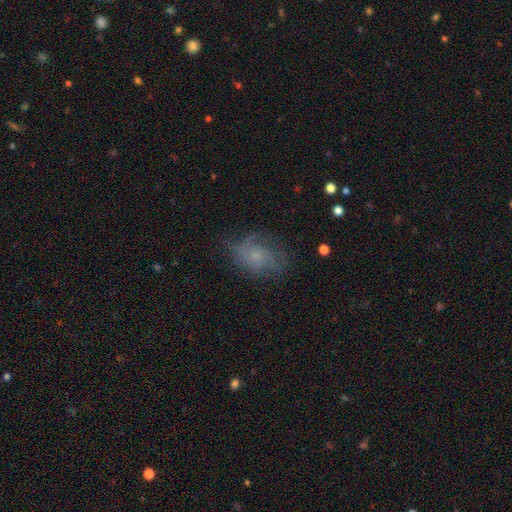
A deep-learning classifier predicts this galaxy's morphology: type=featured or disk (44%, tied with smooth); merging=none (59%).